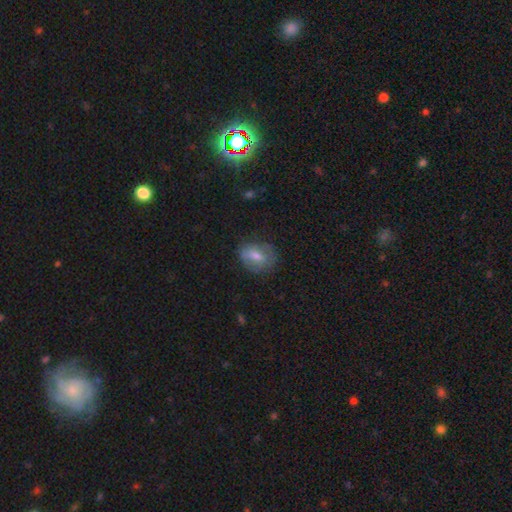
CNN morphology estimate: Overall: smooth (62%; featured or disk 30%). How rounded: in between (62%; round 36%). Merging: none (66%).